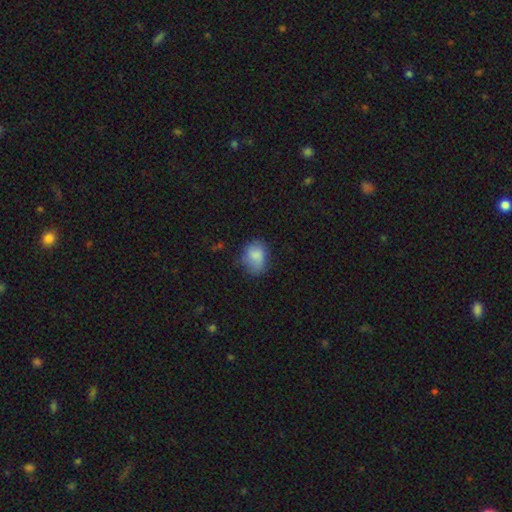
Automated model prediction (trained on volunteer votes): A smooth galaxy with no disk features (81%) that is in between round and cigar-shaped (57%).

Vote fractions:
- Smooth or featured? smooth: 81% / featured or disk: 10% / star or artifact: 8%
- How rounded? in between: 57% / round: 42% / cigar-shaped: 1%
- Merging? none: 58% / minor disturbance: 30% / major disturbance: 10% / merger: 2%